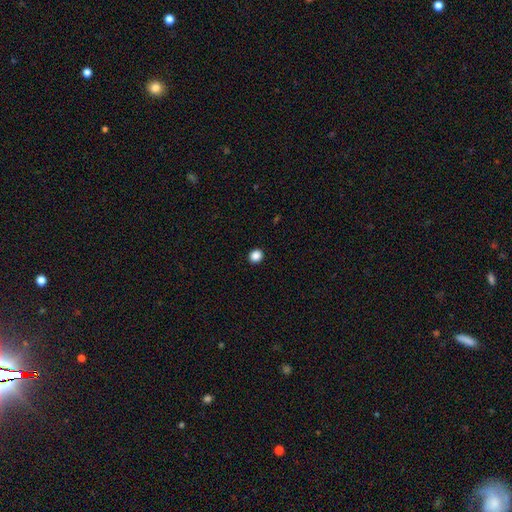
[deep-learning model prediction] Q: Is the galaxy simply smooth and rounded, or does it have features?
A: smooth — 88%.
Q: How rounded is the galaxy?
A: round — 78%.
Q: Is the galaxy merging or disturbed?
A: none — 93%.